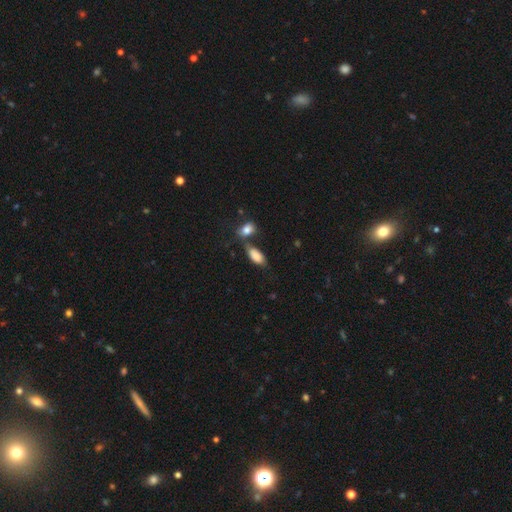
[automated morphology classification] Smooth or featured: smooth — 84% (featured or disk — 9%)
How rounded: in between — 88% (cigar-shaped — 8%)
Merging: none — 48% (merger — 26%)